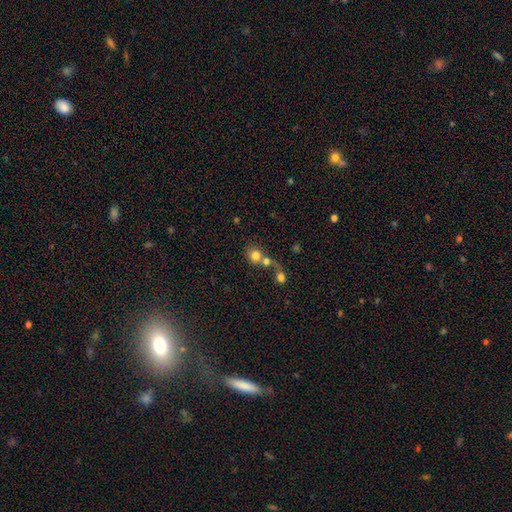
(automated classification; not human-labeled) This is likely a smooth galaxy (77%). How rounded: clearly round (80%). Merging: likely merger (61%).